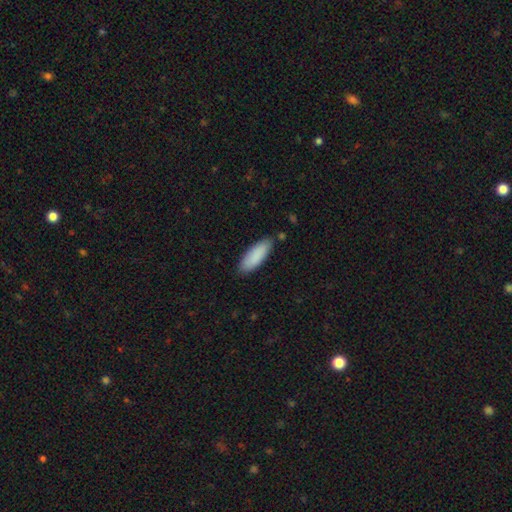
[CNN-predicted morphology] smooth_or_featured: smooth (p=0.89) [alt: star or artifact p=0.06]
how_rounded: in between (p=0.65) [alt: cigar-shaped p=0.34]
merging: none (p=0.83) [alt: minor disturbance p=0.13]